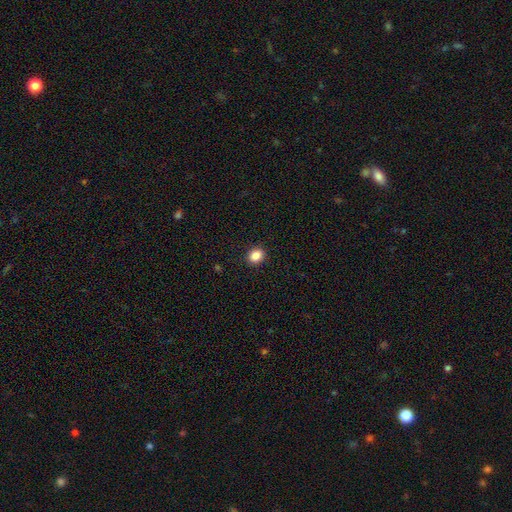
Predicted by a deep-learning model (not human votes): Smooth or featured: smooth — 87% (star or artifact — 9%)
How rounded: round — 56% (in between — 43%)
Merging: none — 91% (minor disturbance — 6%)